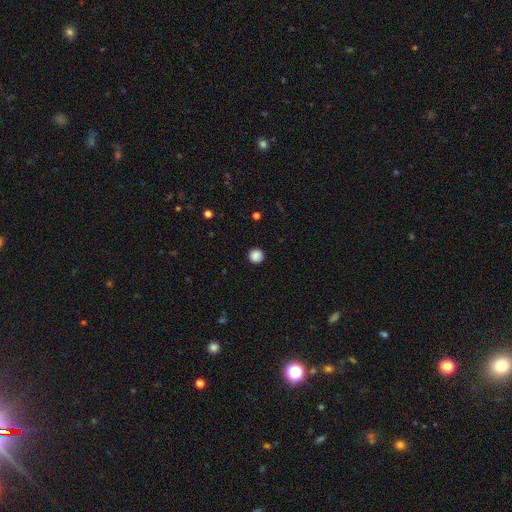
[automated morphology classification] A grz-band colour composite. It shows a smooth galaxy with no disk features (87%) that is round (95%). Merging: none (91%).